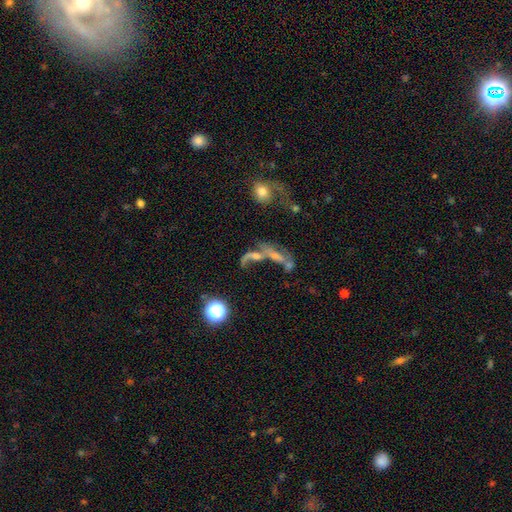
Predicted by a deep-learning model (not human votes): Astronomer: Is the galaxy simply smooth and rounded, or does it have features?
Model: featured or disk — 48% (runner-up: smooth, 27%).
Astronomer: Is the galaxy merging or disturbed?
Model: merger — 46% (runner-up: major disturbance, 23%).